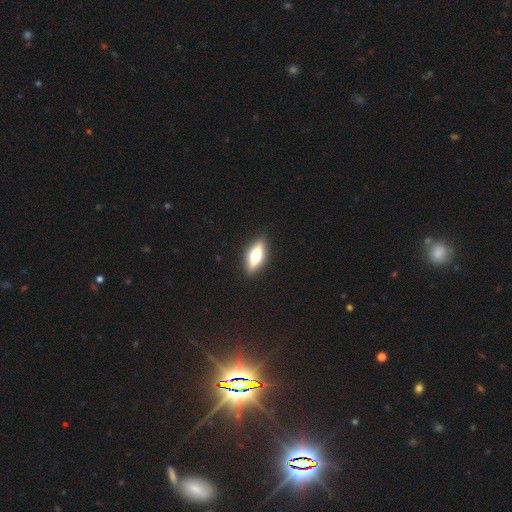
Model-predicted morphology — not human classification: Q: Smooth or featured?
A: smooth (50%); runner-up: featured or disk (43%)
Q: How rounded?
A: in between (65%); runner-up: cigar-shaped (31%)
Q: Merging?
A: none (90%); runner-up: minor disturbance (7%)